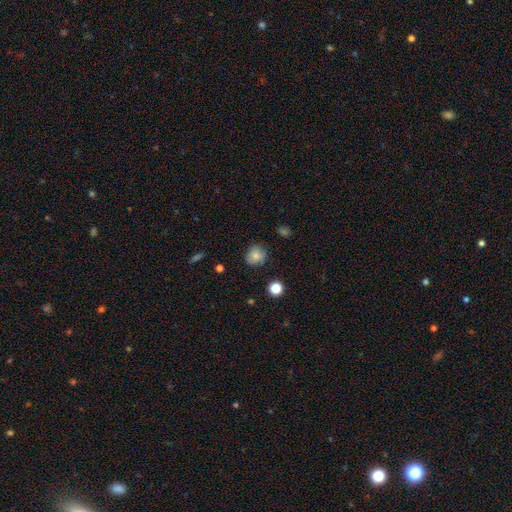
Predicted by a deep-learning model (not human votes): Smooth or featured?
  - smooth: 77% *
  - featured or disk: 11%
  - star or artifact: 11%
How rounded?
  - round: 82% *
  - in between: 17%
  - cigar-shaped: 1%
Merging?
  - none: 77% *
  - minor disturbance: 18%
  - major disturbance: 4%
  - merger: 2%